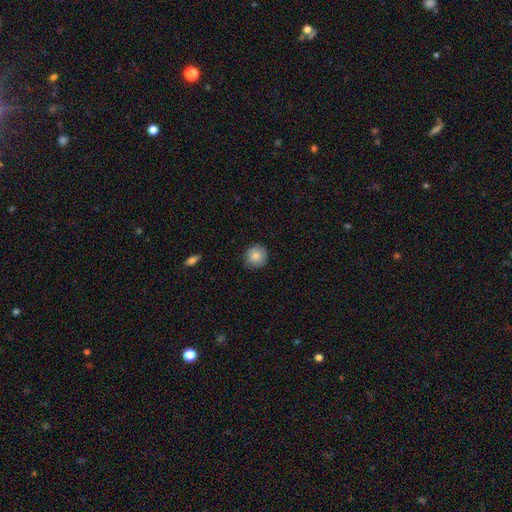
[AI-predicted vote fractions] Q: Smooth or featured?
A: smooth (84%); runner-up: featured or disk (8%)
Q: How rounded?
A: round (90%); runner-up: in between (9%)
Q: Merging?
A: none (81%); runner-up: minor disturbance (15%)